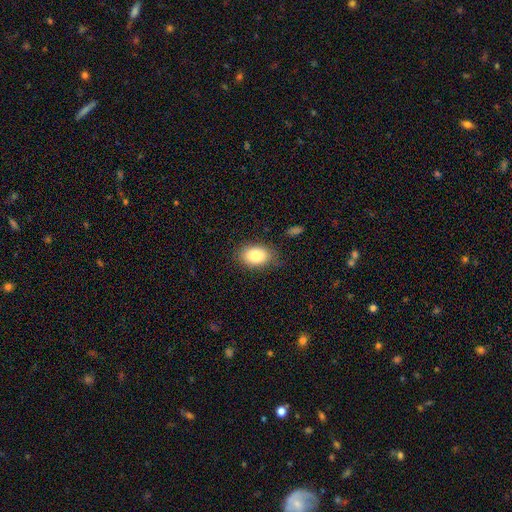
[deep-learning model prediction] Overall: smooth (83%). How rounded: in between (84%). Merging: none (78%).